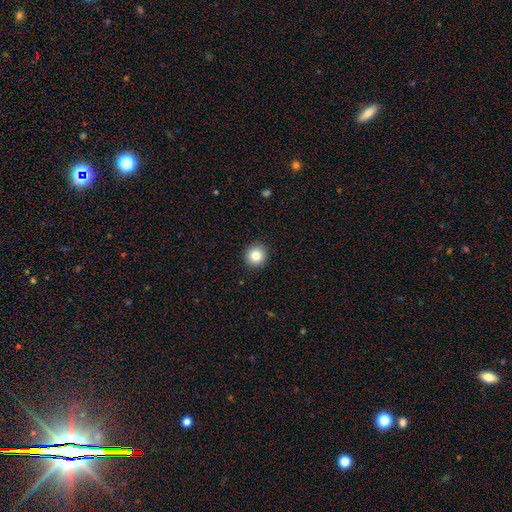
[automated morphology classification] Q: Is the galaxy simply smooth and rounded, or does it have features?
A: smooth — 84%.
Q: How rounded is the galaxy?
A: round — 94%.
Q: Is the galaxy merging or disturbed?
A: none — 92%.